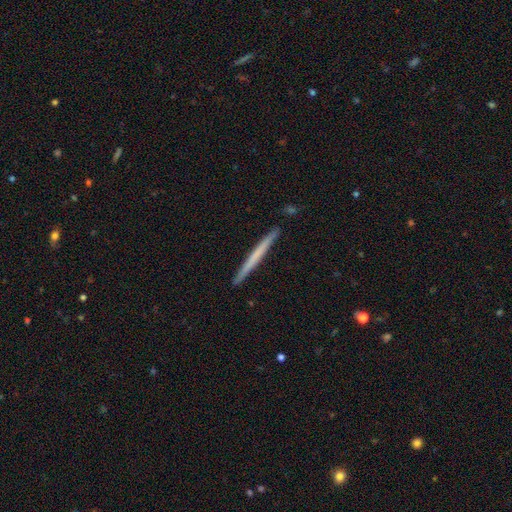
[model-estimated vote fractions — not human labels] Q: Smooth or featured?
A: smooth (53%); runner-up: featured or disk (42%)
Q: How rounded?
A: cigar-shaped (98%); runner-up: in between (1%)
Q: Merging?
A: none (92%); runner-up: minor disturbance (6%)